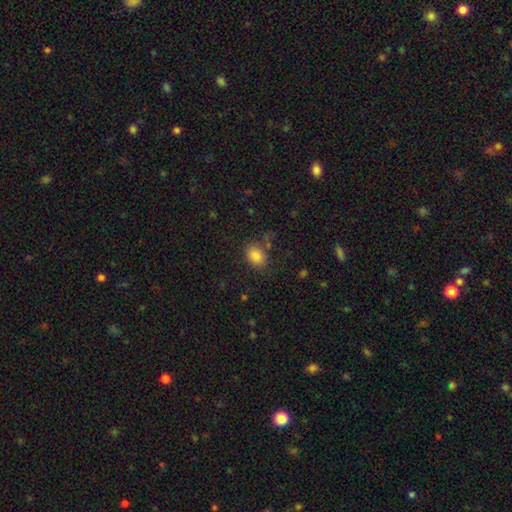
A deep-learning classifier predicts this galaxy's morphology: Smooth or featured? Predicted: smooth (p=0.84). How rounded? Predicted: in between (p=0.57). Merging? Predicted: none (p=0.74).